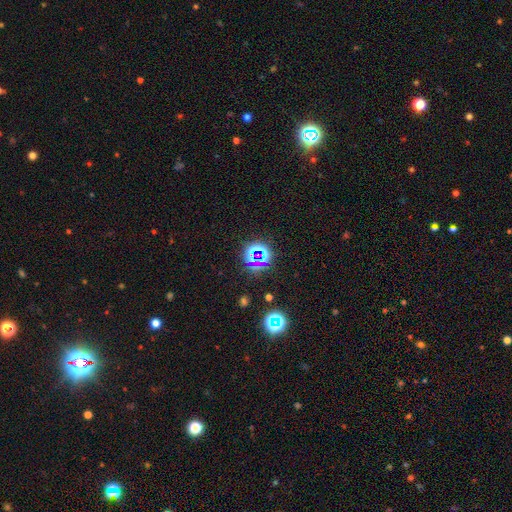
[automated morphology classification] This is likely a star or artifact rather than a galaxy (72%).